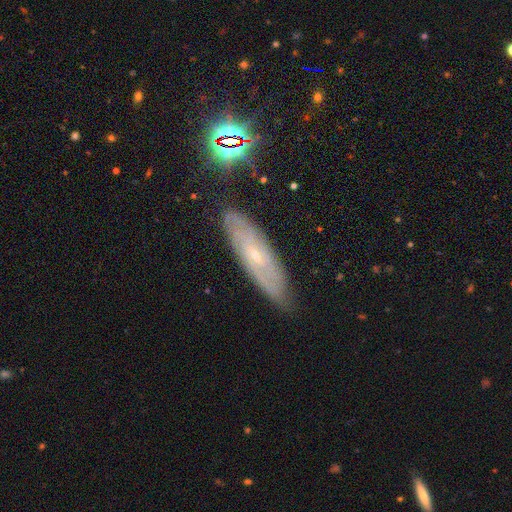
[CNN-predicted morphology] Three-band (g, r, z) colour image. It shows a featured or disk galaxy (71%) with no bar (60%), spiral arms (85%) and a small central bulge (81%). Merging: none (82%).